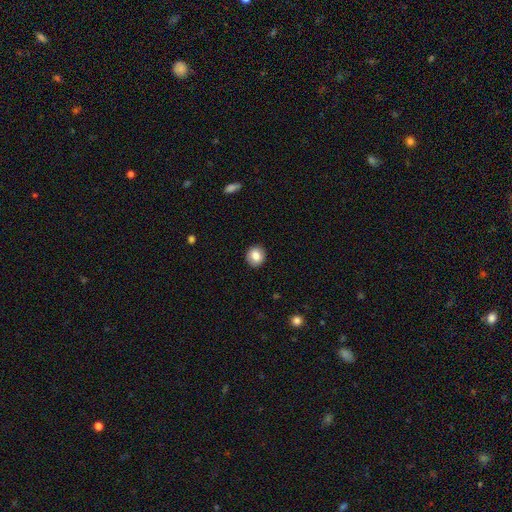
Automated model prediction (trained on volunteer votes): A smooth galaxy with no disk features (84%) that is round (87%). Merging: none (91%).